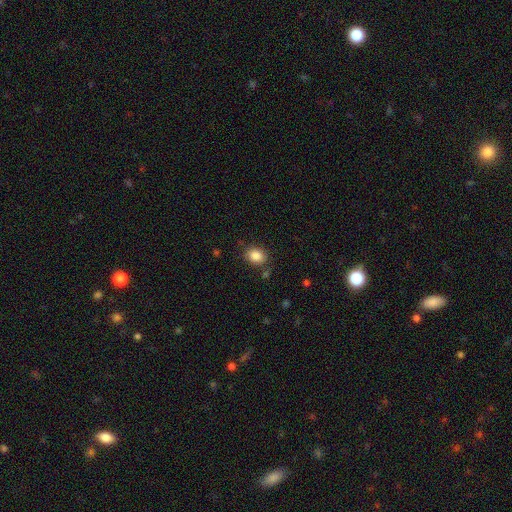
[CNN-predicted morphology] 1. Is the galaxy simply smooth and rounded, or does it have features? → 86% smooth, 9% star or artifact, 5% featured or disk.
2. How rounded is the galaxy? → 53% in between, 46% round, 1% cigar-shaped.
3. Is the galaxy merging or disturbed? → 81% none, 12% minor disturbance, 3% major disturbance, 3% merger.